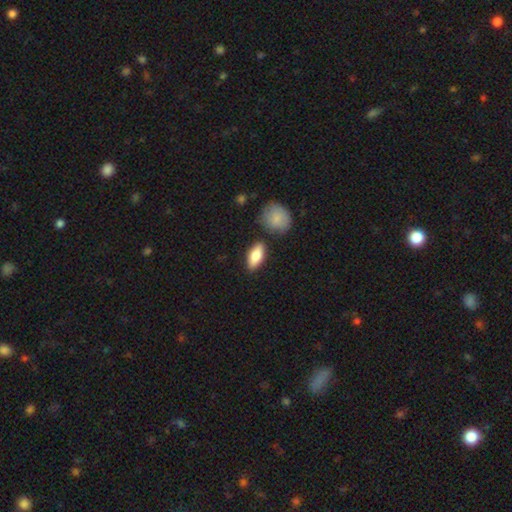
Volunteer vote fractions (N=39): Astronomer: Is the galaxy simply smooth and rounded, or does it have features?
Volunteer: smooth — 74%.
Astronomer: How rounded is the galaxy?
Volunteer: in between — 86%.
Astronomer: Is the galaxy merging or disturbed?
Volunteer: none — 83%.